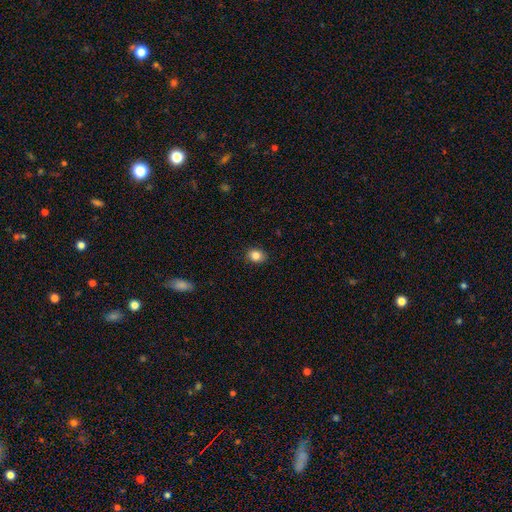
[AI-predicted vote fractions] A smooth galaxy with no disk features (84%) that is round (52%). Merging: none (86%).